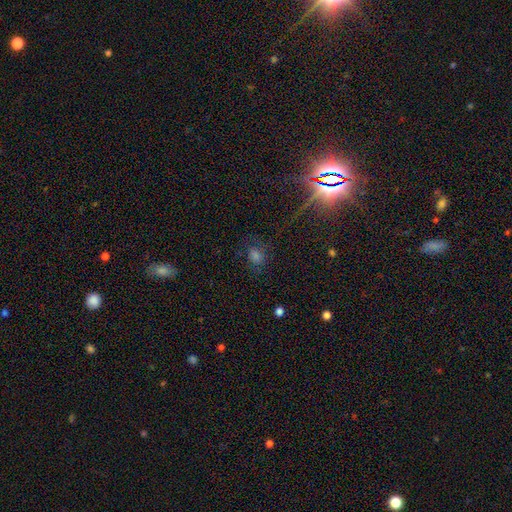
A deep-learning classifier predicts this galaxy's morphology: The model was most divided on "smooth or featured": star or artifact: 44%, smooth: 40%, featured or disk: 16%.